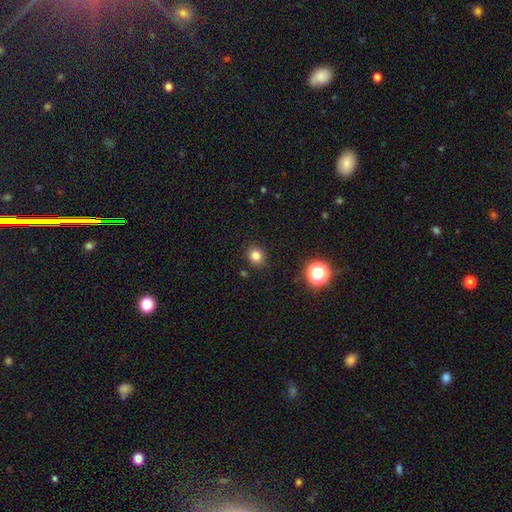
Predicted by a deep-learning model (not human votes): Morphology: type=smooth (82%); roundness=round (78%); merging=none (87%).